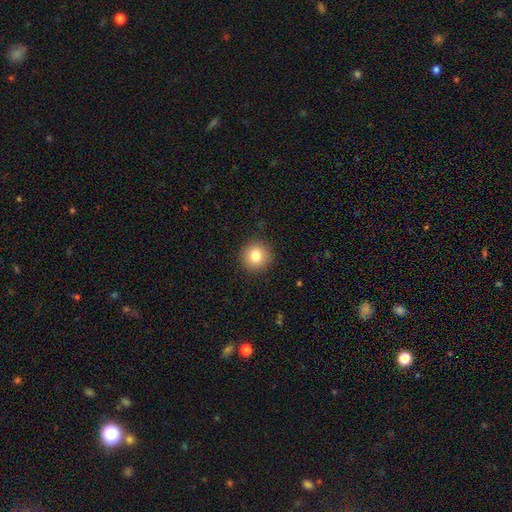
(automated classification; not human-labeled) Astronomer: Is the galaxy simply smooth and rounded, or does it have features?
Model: smooth — 81%.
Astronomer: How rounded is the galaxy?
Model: round — 94%.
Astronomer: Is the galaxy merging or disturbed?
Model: none — 92%.